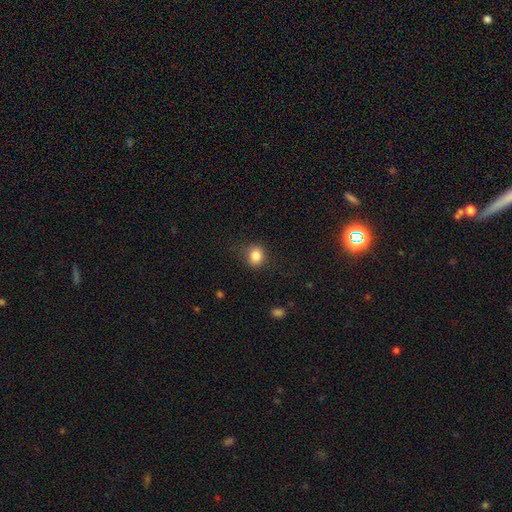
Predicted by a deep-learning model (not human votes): Smooth or featured? smooth (84%)
How rounded? round (74%)
Merging? none (81%)